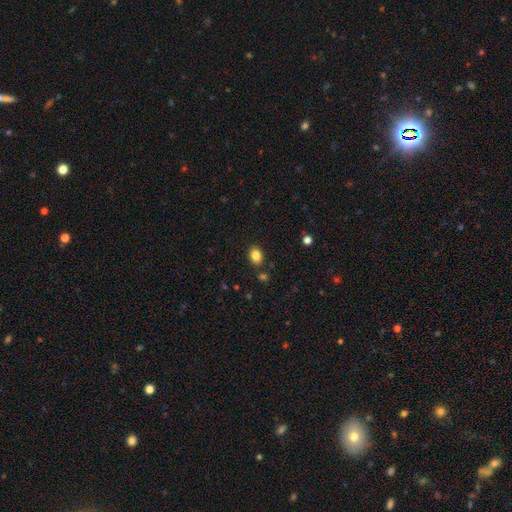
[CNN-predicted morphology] smooth 84%, star or artifact 10%, featured or disk 6%. Down the decision tree: how rounded — in between (65%); merging — none (84%).